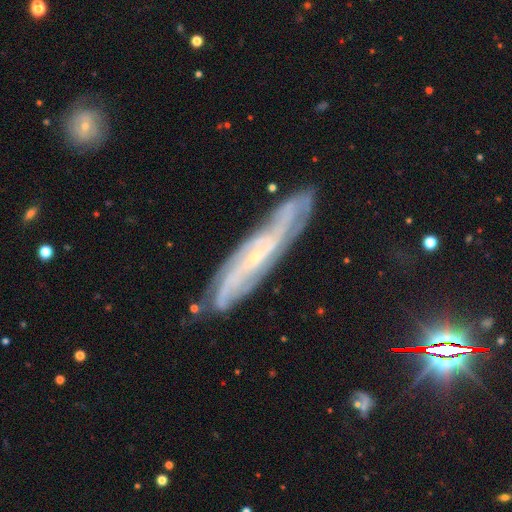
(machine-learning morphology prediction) A featured or disk galaxy (82%) with no bar (53%), tight (55%) spiral arms (95%) and a small central bulge (83%).

Vote fractions:
- Smooth or featured? featured or disk: 82% / smooth: 10% / star or artifact: 8%
- Edge-on disk? no: 66% / yes: 34%
- Bar? no: 53% / weak: 31% / strong: 16%
- Spiral arms? yes: 95% / no: 5%
- Spiral winding? tight: 55% / medium: 34% / loose: 11%
- Spiral arm count? can't tell: 36% / 2: 30% / 3: 14% / 4: 9% / more than 4: 6% / 1: 5%
- Bulge size? small: 83% / moderate: 12% / none: 3% / large: 1% / dominant: 1%
- Merging? none: 78% / minor disturbance: 16% / major disturbance: 4% / merger: 2%